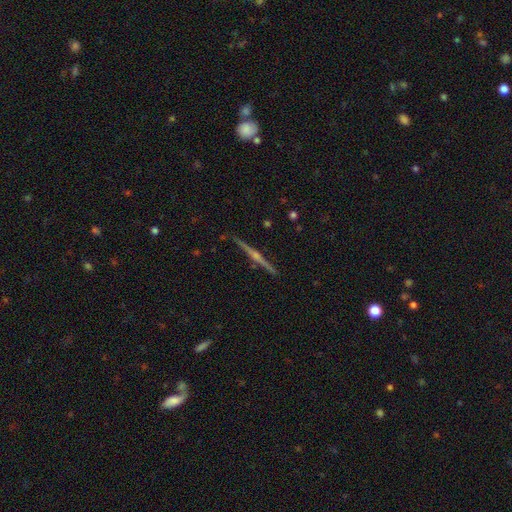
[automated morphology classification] This appears to be a featured or disk galaxy (86%) viewed edge-on (99%) with a rounded central bulge (87%). Merging: none (91%).